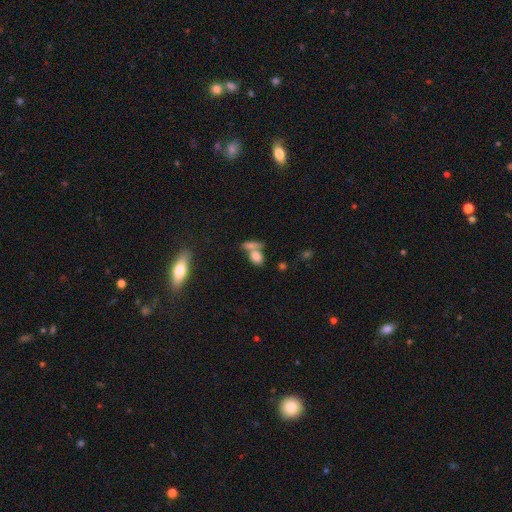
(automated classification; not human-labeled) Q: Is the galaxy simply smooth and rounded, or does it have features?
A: smooth — 78%.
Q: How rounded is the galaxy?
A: in between — 67%.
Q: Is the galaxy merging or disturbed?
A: merger — 49%.